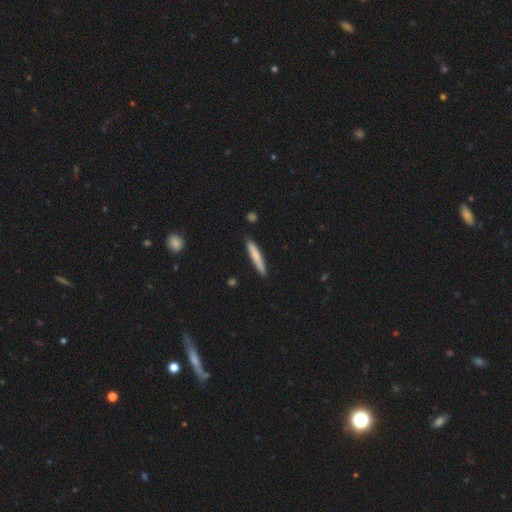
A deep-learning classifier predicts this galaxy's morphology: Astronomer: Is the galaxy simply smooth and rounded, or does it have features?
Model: smooth — 76%.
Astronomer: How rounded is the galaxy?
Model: cigar-shaped — 94%.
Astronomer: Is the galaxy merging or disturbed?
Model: none — 86%.